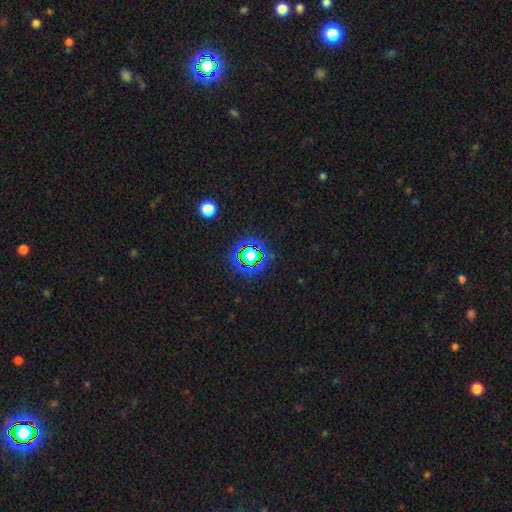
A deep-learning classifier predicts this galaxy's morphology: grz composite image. It shows a star or artifact, not a galaxy (72%).